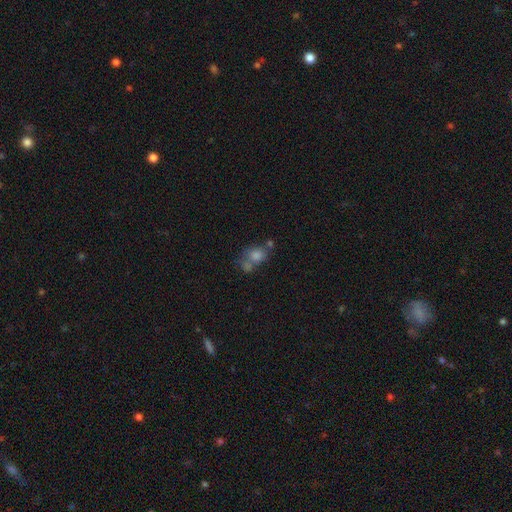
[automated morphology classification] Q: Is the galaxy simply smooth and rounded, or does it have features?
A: smooth — 67%.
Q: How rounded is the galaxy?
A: round — 57%.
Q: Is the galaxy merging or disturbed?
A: none — 43%.